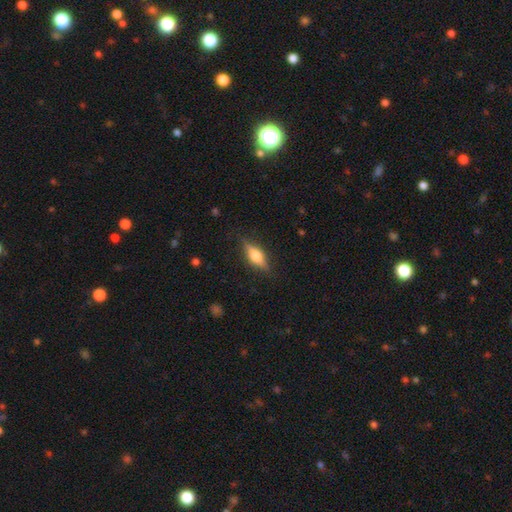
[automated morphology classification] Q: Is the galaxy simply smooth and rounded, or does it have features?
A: smooth — 47%.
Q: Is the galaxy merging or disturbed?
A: none — 83%.